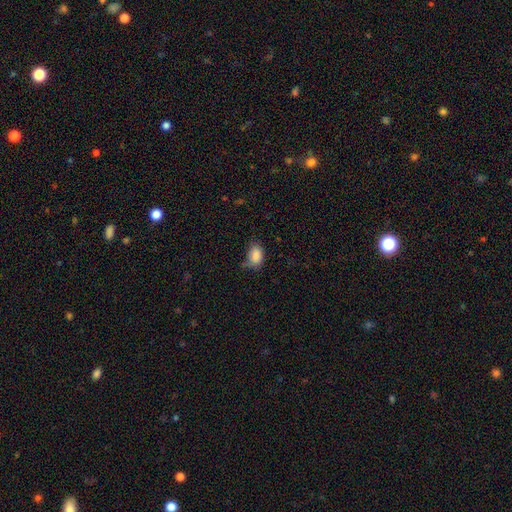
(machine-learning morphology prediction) Q: Smooth or featured?
A: smooth (86%); runner-up: star or artifact (9%)
Q: How rounded?
A: in between (83%); runner-up: round (15%)
Q: Merging?
A: none (57%); runner-up: minor disturbance (31%)